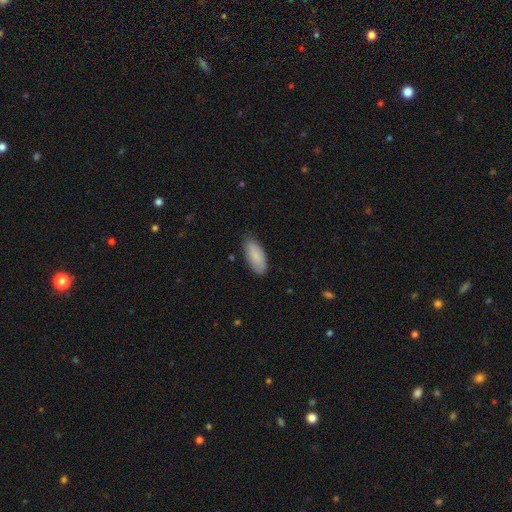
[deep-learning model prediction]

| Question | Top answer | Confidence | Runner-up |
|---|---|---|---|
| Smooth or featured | smooth | 86% | featured or disk (8%) |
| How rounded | in between | 85% | cigar-shaped (13%) |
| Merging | none | 80% | minor disturbance (17%) |